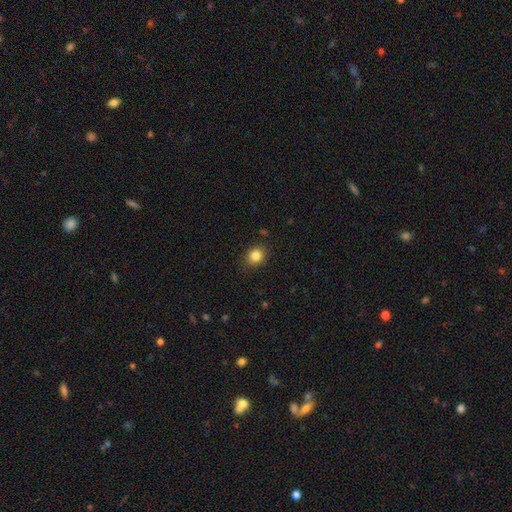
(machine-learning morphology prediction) smooth 85%, star or artifact 11%, featured or disk 5%. Down the decision tree: how rounded — round (70%); merging — none (86%).